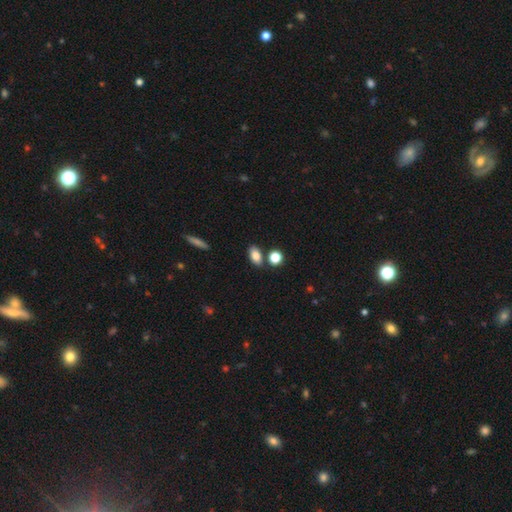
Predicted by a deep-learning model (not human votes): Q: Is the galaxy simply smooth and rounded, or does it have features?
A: smooth — 83%.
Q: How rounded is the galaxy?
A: in between — 83%.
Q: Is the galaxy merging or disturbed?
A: none — 75%.